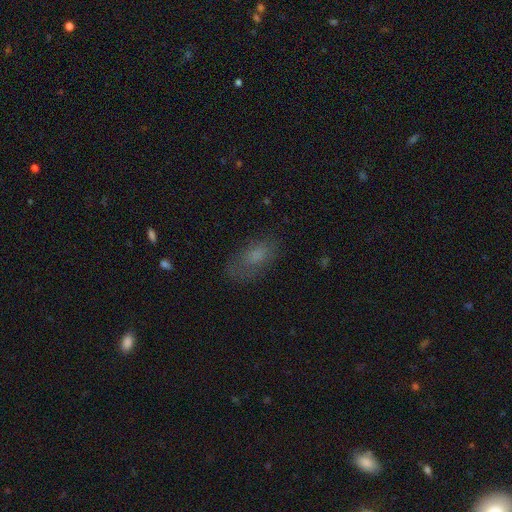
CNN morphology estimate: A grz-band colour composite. It shows a smooth galaxy with no disk features (68%) that is in between round and cigar-shaped (88%). Merging: none (65%).